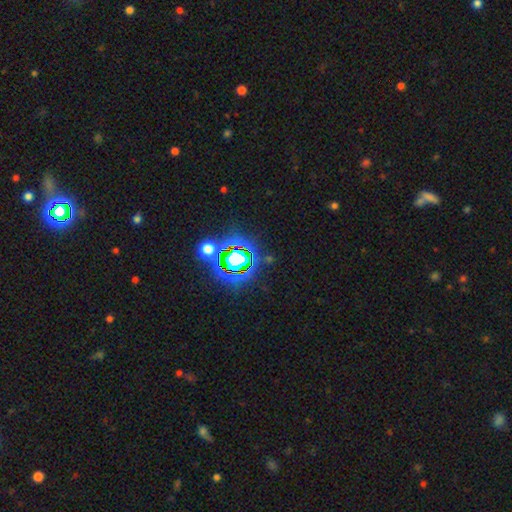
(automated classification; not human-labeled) star or artifact 82%, smooth 10%, featured or disk 8%.